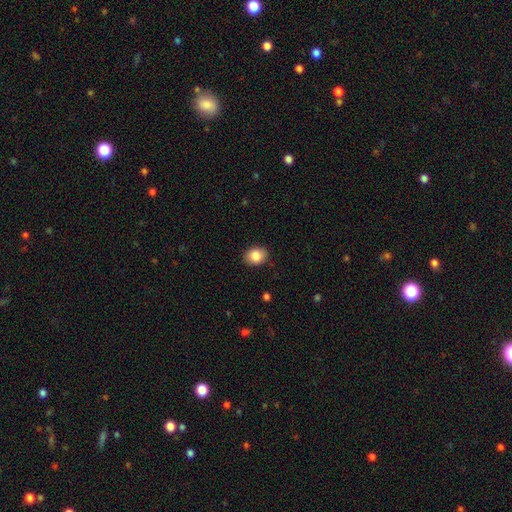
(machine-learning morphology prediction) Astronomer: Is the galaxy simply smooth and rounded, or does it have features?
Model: smooth — 86%.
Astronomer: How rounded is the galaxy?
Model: in between — 60% (runner-up: round, 39%).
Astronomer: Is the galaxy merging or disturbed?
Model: none — 88%.